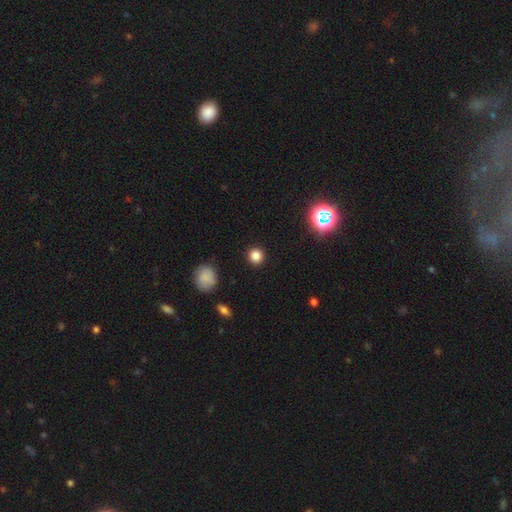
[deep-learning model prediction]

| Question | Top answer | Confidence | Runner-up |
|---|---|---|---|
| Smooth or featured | smooth | 83% | star or artifact (13%) |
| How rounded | round | 91% | in between (8%) |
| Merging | none | 91% | minor disturbance (5%) |